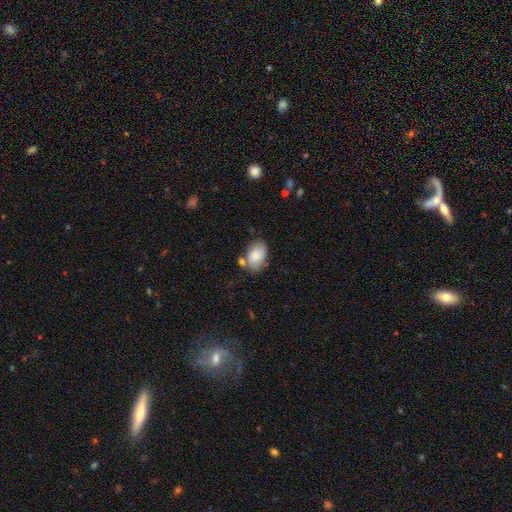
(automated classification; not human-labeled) Smooth or featured: smooth — 75% (featured or disk — 18%)
How rounded: in between — 85% (round — 14%)
Merging: none — 59% (minor disturbance — 23%)